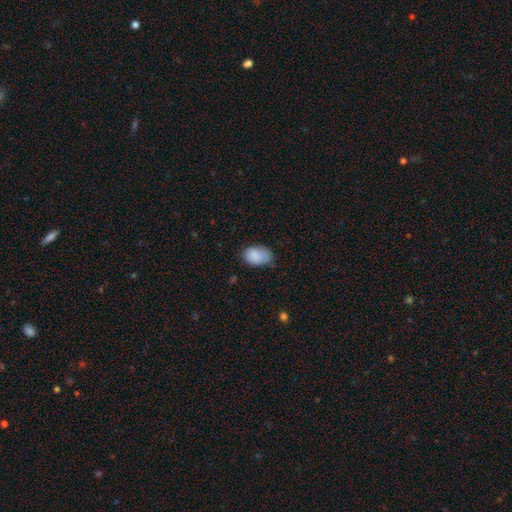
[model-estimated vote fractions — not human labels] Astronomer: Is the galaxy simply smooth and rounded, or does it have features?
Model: smooth — 86%.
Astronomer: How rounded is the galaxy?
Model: in between — 89%.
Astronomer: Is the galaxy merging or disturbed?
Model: none — 61%.